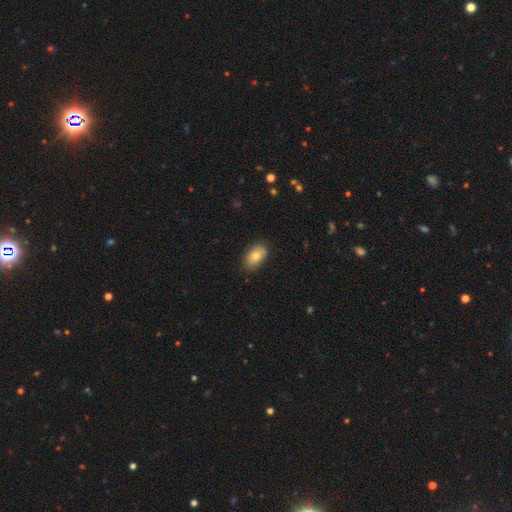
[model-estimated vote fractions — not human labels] A smooth galaxy with no disk features (80%) that is in between round and cigar-shaped (91%). Merging: none (83%).